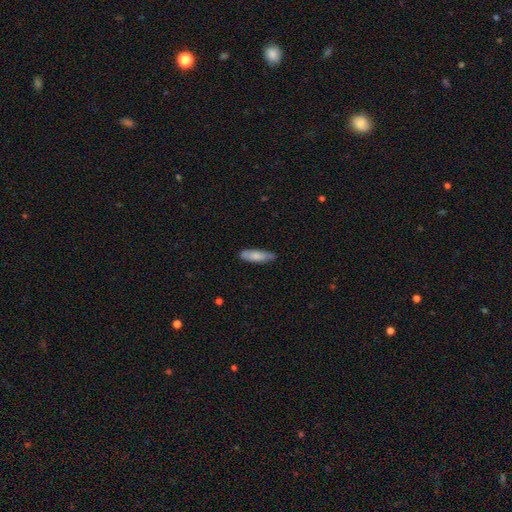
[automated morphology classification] This appears to be a smooth galaxy with no disk features (79%) that is cigar-shaped (56%). Merging: none (79%).